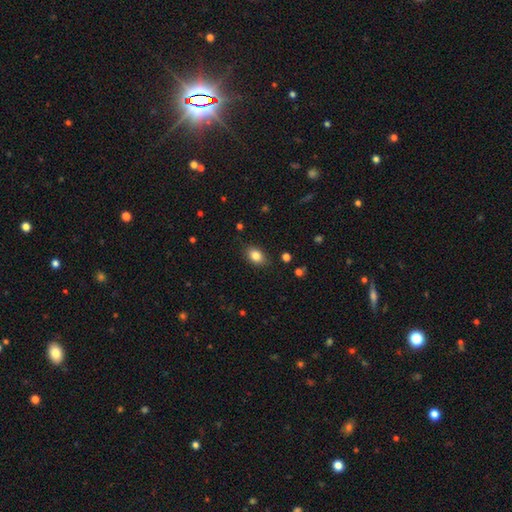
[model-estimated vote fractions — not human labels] The model was most divided on "how rounded": in between: 80%, round: 18%, cigar-shaped: 1%. More confident: merging — none (85%); smooth or featured — smooth (83%).